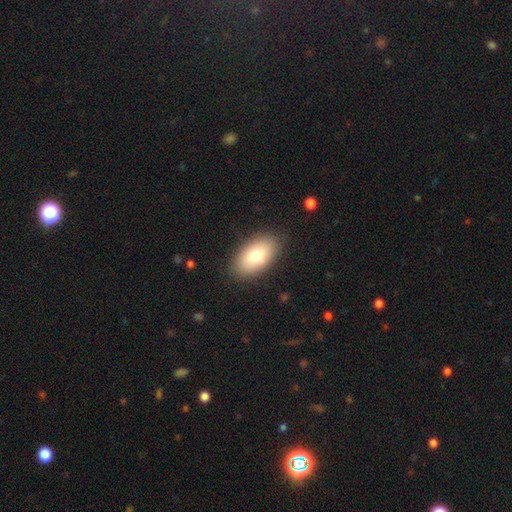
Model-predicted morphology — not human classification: A smooth galaxy with no disk features (80%) that is in between round and cigar-shaped (94%).

Vote fractions:
- Smooth or featured? smooth: 80% / featured or disk: 13% / star or artifact: 7%
- How rounded? in between: 94% / round: 4% / cigar-shaped: 2%
- Merging? none: 86% / minor disturbance: 10% / major disturbance: 3% / merger: 1%